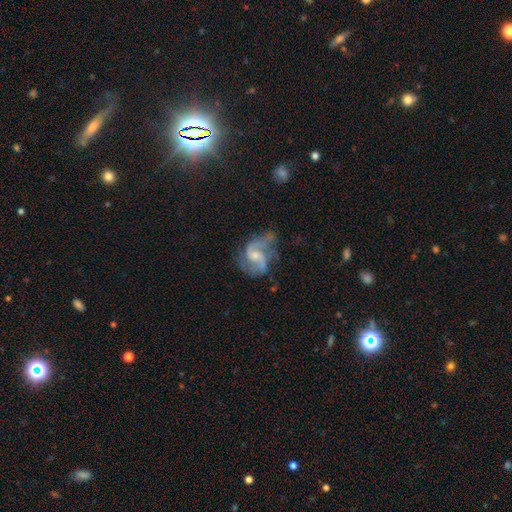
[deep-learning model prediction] Morphology: type=featured or disk (84%); edge-on=no (98%); bar=weak (47%); spiral arms=yes (95%); winding=medium (49%); arm count=2 (87%); bulge=small (49%); merging=none (50%).